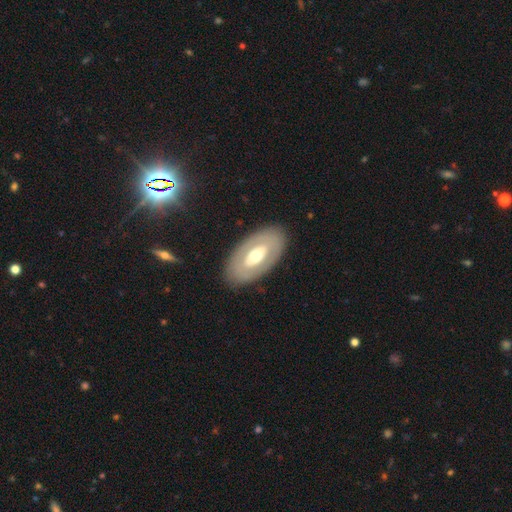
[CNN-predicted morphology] smooth-or-featured: featured or disk: 55% | smooth: 40% | star or artifact: 5%
  disk-edge-on: no: 87% | yes: 13%
  merging: none: 85% | minor disturbance: 10% | major disturbance: 4% | merger: 1%